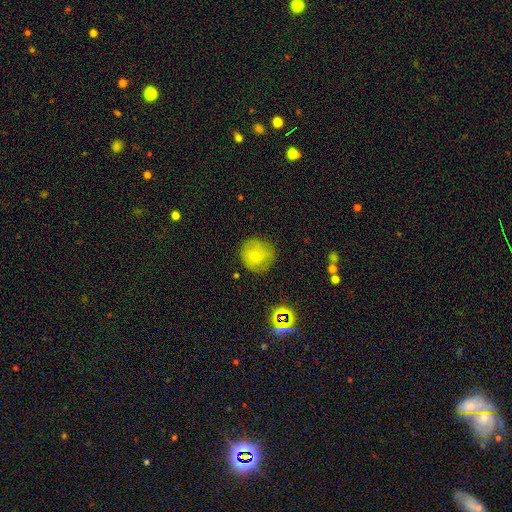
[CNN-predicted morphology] A smooth galaxy with no disk features (68%) that is round (92%).

Vote fractions:
- Smooth or featured? smooth: 68% / featured or disk: 21% / star or artifact: 11%
- How rounded? round: 92% / in between: 7% / cigar-shaped: 1%
- Merging? none: 77% / minor disturbance: 16% / major disturbance: 5% / merger: 2%